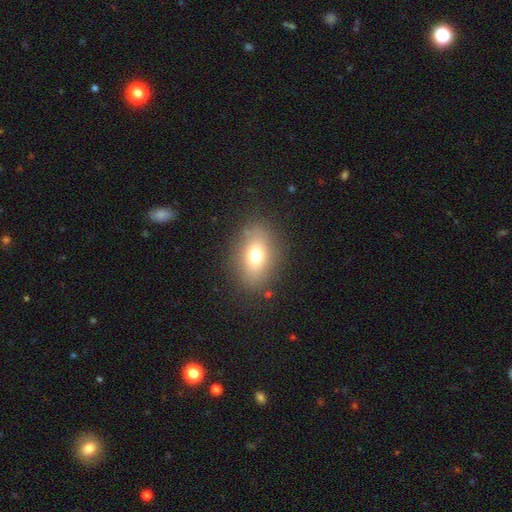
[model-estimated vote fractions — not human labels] smooth-or-featured: smooth: 71% | featured or disk: 16% | star or artifact: 13%
  how-rounded: in between: 76% | round: 21% | cigar-shaped: 3%
  merging: none: 83% | minor disturbance: 11% | major disturbance: 5% | merger: 2%